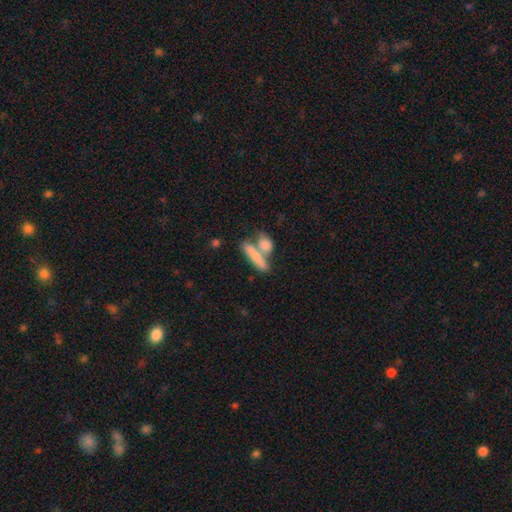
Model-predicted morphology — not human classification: A smooth galaxy with no disk features (73%) that is cigar-shaped (66%). Merging: none (45%).